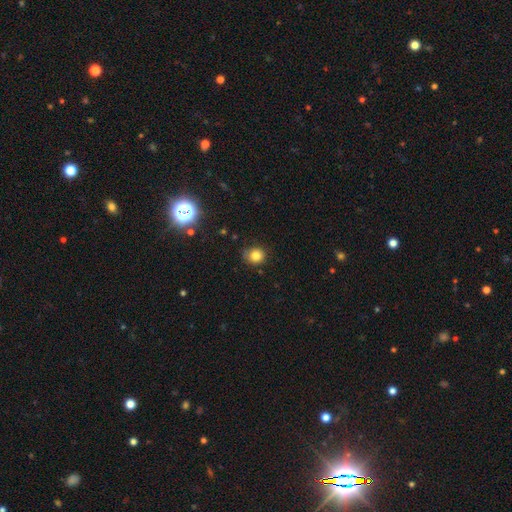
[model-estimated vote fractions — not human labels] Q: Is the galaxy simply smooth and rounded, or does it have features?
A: smooth — 80%.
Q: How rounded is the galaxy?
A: round — 80%.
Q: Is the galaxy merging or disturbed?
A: none — 76%.